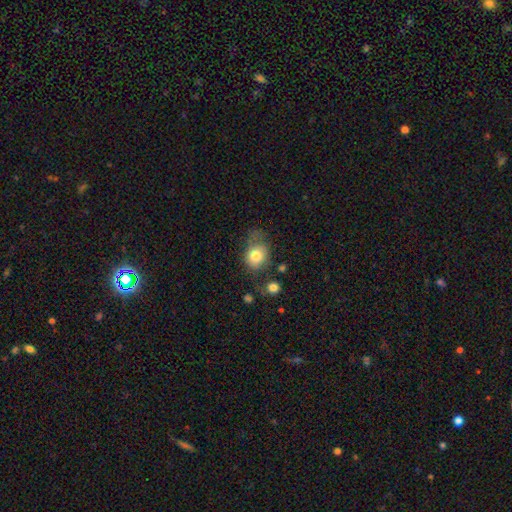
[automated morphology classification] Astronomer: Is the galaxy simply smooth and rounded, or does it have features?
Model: smooth — 78%.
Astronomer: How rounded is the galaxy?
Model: round — 54% (runner-up: in between, 45%).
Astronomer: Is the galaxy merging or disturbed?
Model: none — 41% (runner-up: minor disturbance, 31%).